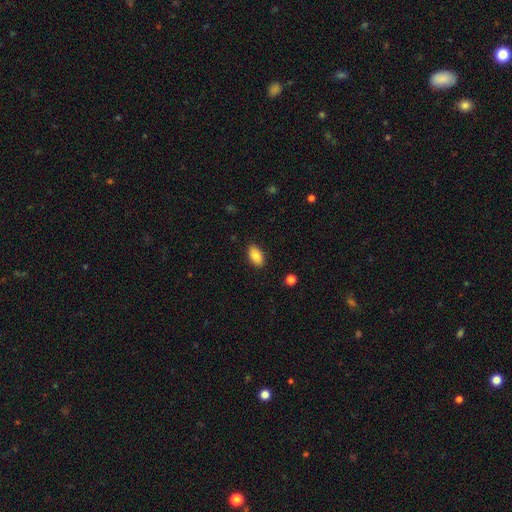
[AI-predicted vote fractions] This appears to be a smooth galaxy with no disk features (87%) that is in between round and cigar-shaped (93%). Merging: none (88%).